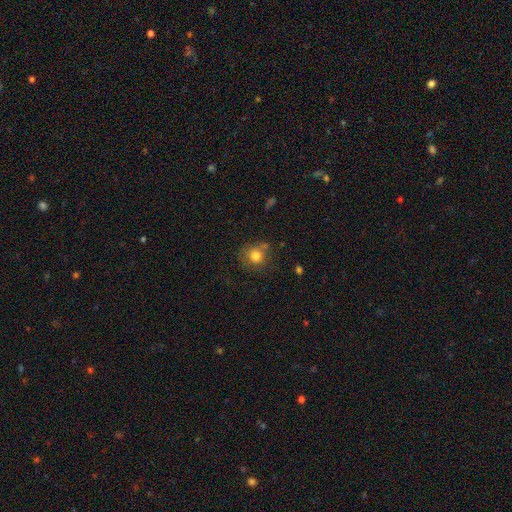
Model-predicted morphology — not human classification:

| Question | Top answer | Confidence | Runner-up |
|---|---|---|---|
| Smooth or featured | smooth | 80% | star or artifact (11%) |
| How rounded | round | 87% | in between (12%) |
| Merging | none | 68% | minor disturbance (17%) |